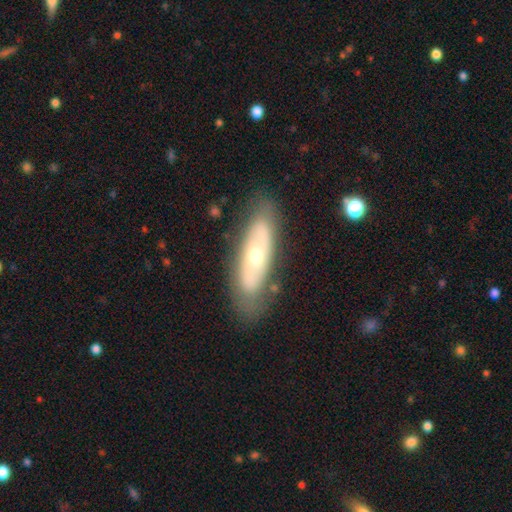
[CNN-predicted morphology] type=featured or disk (55%); edge-on=no (77%); merging=none (78%).